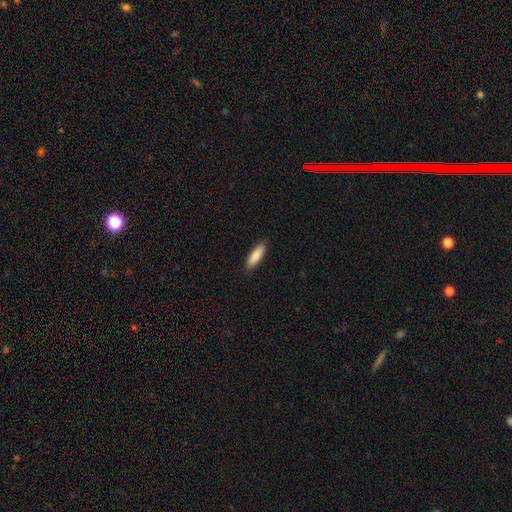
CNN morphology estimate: Smooth or featured: smooth — 84% (featured or disk — 11%)
How rounded: cigar-shaped — 54% (in between — 45%)
Merging: none — 88% (minor disturbance — 9%)